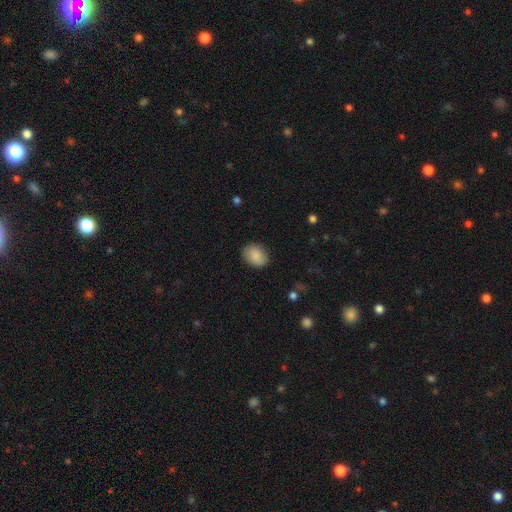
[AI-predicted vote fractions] smooth-or-featured: smooth: 87% | star or artifact: 7% | featured or disk: 6%
  how-rounded: in between: 62% | round: 37% | cigar-shaped: 1%
  merging: none: 84% | minor disturbance: 12% | major disturbance: 3% | merger: 1%